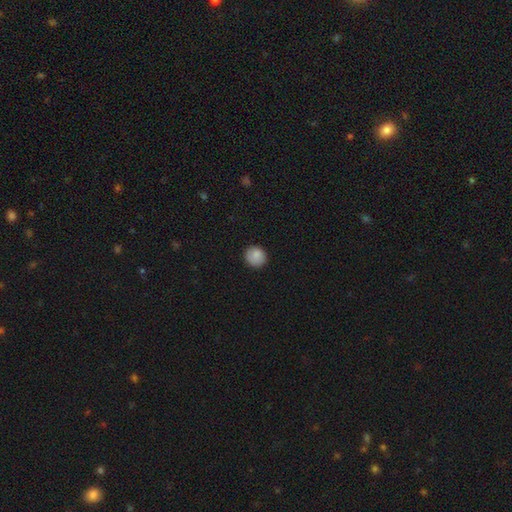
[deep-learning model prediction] Smooth or featured?
  - smooth: 86% *
  - star or artifact: 8%
  - featured or disk: 5%
How rounded?
  - round: 89% *
  - in between: 10%
  - cigar-shaped: 1%
Merging?
  - none: 87% *
  - minor disturbance: 10%
  - major disturbance: 2%
  - merger: 1%